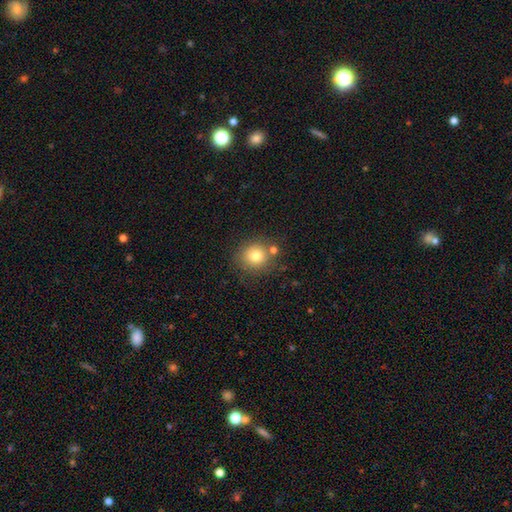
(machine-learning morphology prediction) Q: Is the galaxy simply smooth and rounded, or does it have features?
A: smooth — 78%.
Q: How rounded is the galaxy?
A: round — 87%.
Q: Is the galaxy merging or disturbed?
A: none — 74%.